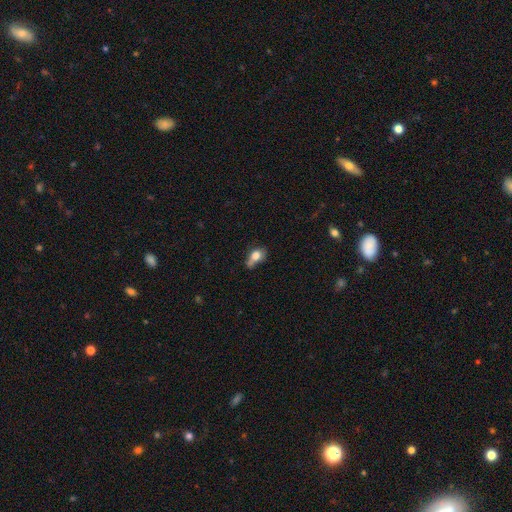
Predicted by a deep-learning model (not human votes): smooth-or-featured: smooth: 75% | featured or disk: 15% | star or artifact: 10%
  how-rounded: in between: 70% | round: 27% | cigar-shaped: 3%
  merging: minor disturbance: 34% | none: 32% | major disturbance: 19% | merger: 15%